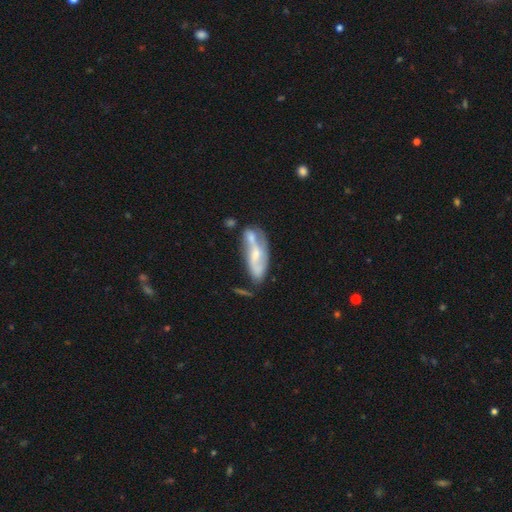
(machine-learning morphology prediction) The model was most divided on "merging": none: 34%, merger: 33%, minor disturbance: 21%, major disturbance: 13%. Remaining: edge-on disk — no (85%); spiral arms — yes (68%); smooth or featured — featured or disk (63%); bar — no (51%); bulge size — small (46%).